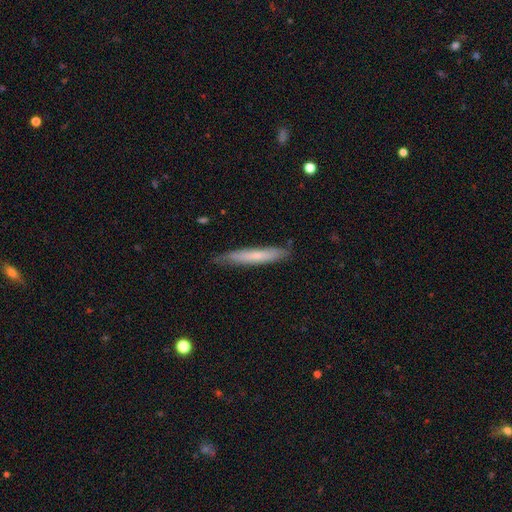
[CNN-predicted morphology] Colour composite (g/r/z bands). It shows a smooth galaxy with no disk features (63%) that is cigar-shaped (94%). Merging: none (81%).